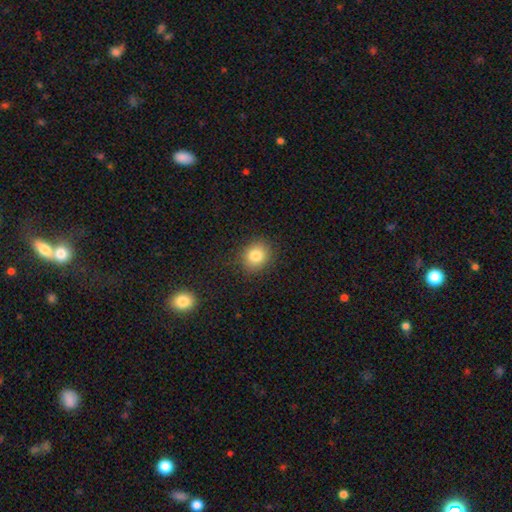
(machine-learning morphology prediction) Smooth or featured: smooth — 82% (star or artifact — 11%)
How rounded: round — 70% (in between — 29%)
Merging: none — 86% (minor disturbance — 9%)